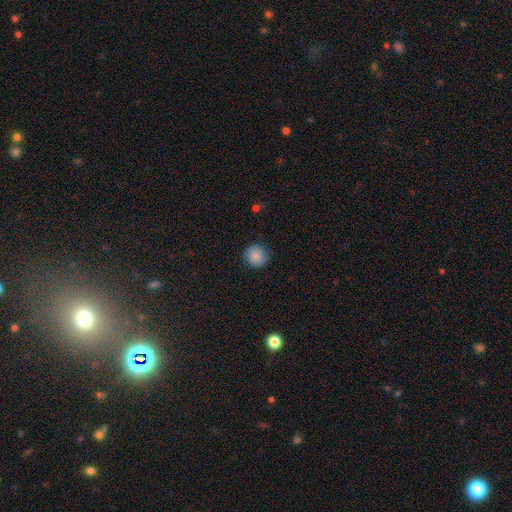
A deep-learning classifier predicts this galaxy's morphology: Q: Smooth or featured?
A: smooth (84%); runner-up: star or artifact (9%)
Q: How rounded?
A: round (92%); runner-up: in between (7%)
Q: Merging?
A: none (85%); runner-up: minor disturbance (11%)